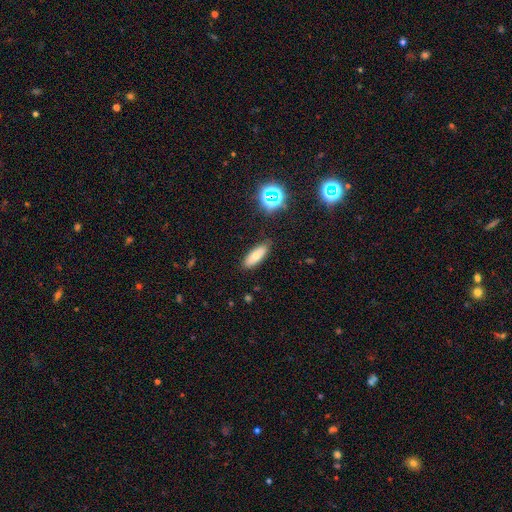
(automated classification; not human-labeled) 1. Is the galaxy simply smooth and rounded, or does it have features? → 70% smooth, 18% featured or disk, 12% star or artifact.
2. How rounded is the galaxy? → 69% in between, 28% cigar-shaped, 3% round.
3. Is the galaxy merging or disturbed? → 83% none, 12% minor disturbance, 3% major disturbance, 2% merger.